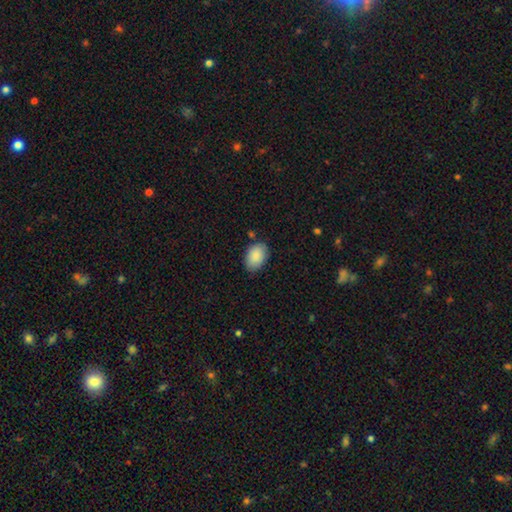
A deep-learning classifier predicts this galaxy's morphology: Smooth or featured? smooth (88%)
How rounded? in between (88%)
Merging? none (80%)